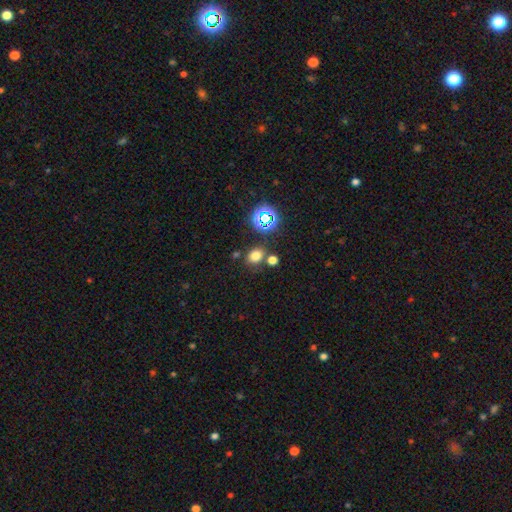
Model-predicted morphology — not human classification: Smooth or featured? smooth (71%)
How rounded? in between (54%)
Merging? none (72%)